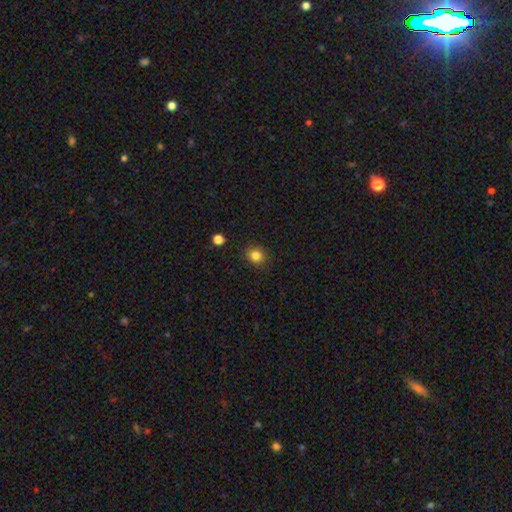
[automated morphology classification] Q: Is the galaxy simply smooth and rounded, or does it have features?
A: smooth — 83%.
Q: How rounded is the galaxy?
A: round — 83%.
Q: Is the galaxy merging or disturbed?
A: none — 89%.